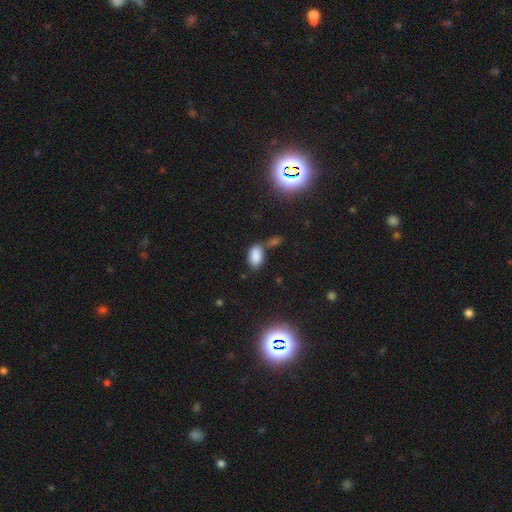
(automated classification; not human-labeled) Overall: smooth (84%). How rounded: in between (92%). Merging: none (60%).